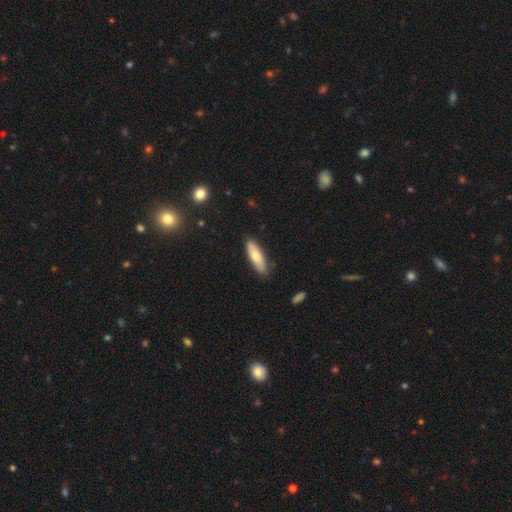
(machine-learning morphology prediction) Smooth or featured?
  - smooth: 72% *
  - featured or disk: 22%
  - star or artifact: 6%
How rounded?
  - in between: 51% *
  - cigar-shaped: 47%
  - round: 2%
Merging?
  - none: 80% *
  - minor disturbance: 16%
  - major disturbance: 2%
  - merger: 2%